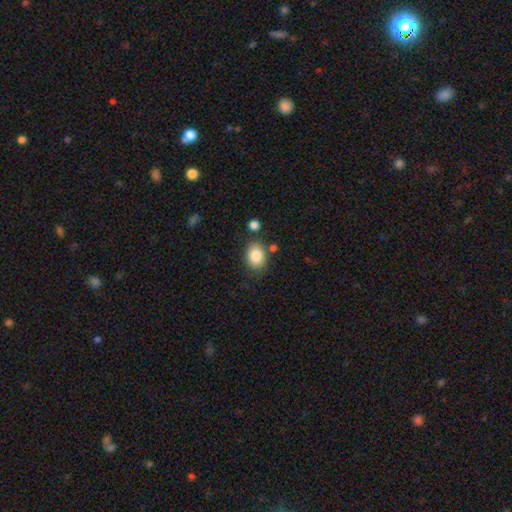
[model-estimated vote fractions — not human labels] Smooth or featured? smooth (86%)
How rounded? in between (67%)
Merging? none (75%)